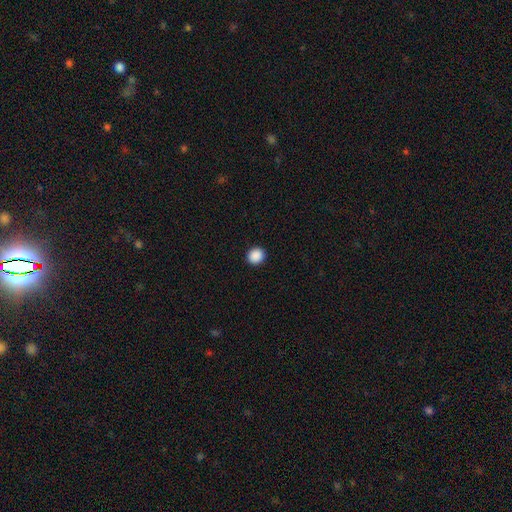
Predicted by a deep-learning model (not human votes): Smooth or featured? smooth (89%)
How rounded? round (88%)
Merging? none (93%)